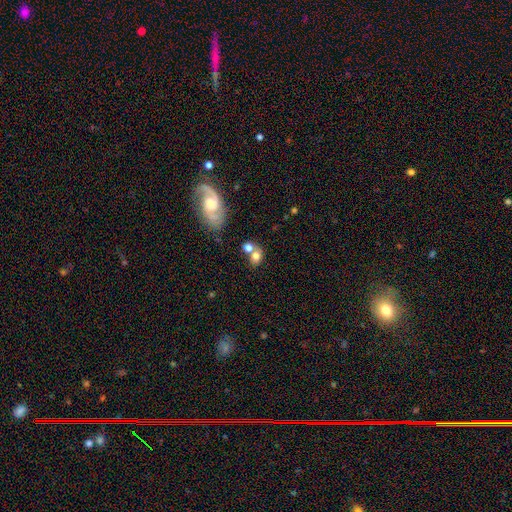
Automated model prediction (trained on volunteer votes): This is likely a smooth galaxy (70%). How rounded: possibly round (50%). Merging: possibly none (48%).